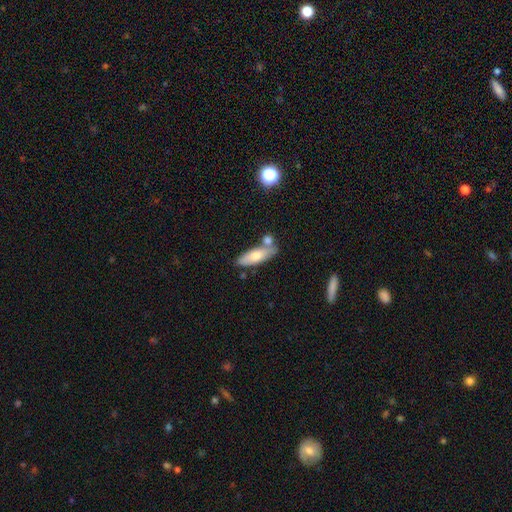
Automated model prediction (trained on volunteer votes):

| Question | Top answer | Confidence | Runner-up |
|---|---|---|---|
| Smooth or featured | smooth | 70% | featured or disk (24%) |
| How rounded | in between | 59% | cigar-shaped (38%) |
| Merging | none | 59% | merger (23%) |